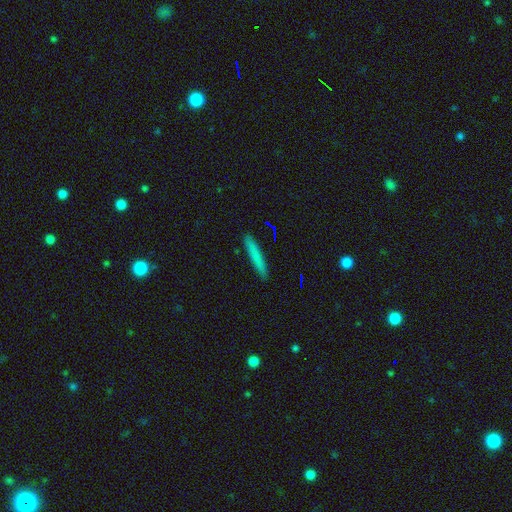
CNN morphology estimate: The model was most divided on "smooth or featured": smooth: 77%, featured or disk: 16%, star or artifact: 7%. More confident: how rounded — cigar-shaped (95%); merging — none (90%).